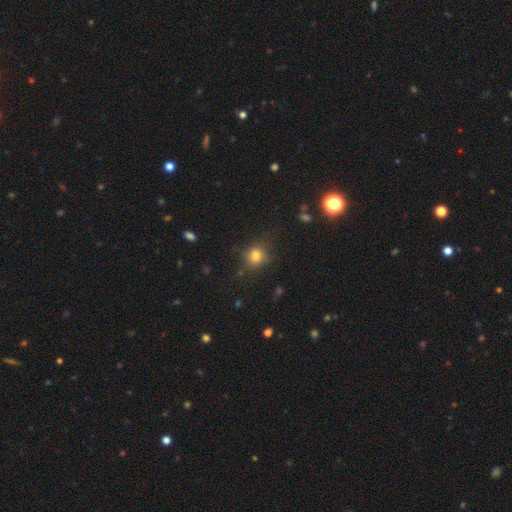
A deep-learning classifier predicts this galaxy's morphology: This is likely a smooth galaxy (78%). How rounded: clearly round (80%). Merging: likely none (78%).